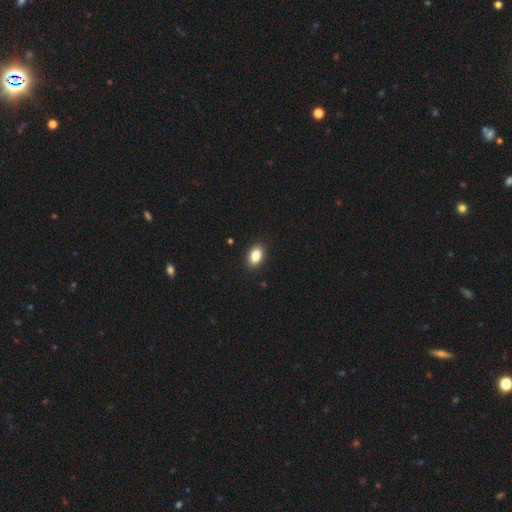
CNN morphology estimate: A smooth galaxy with no disk features (85%) that is in between round and cigar-shaped (87%). Merging: none (90%).